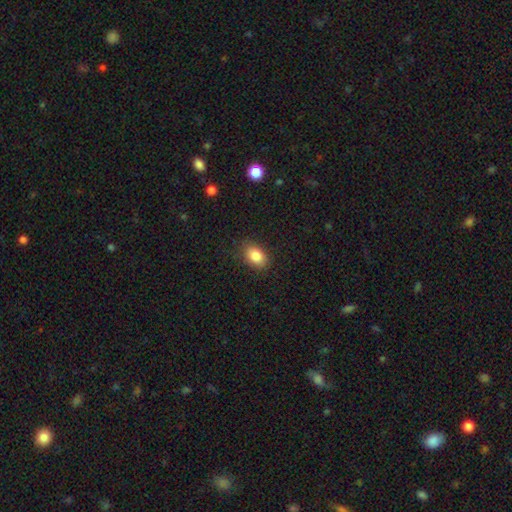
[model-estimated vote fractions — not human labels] Overall: smooth (85%). How rounded: in between (83%). Merging: none (85%).